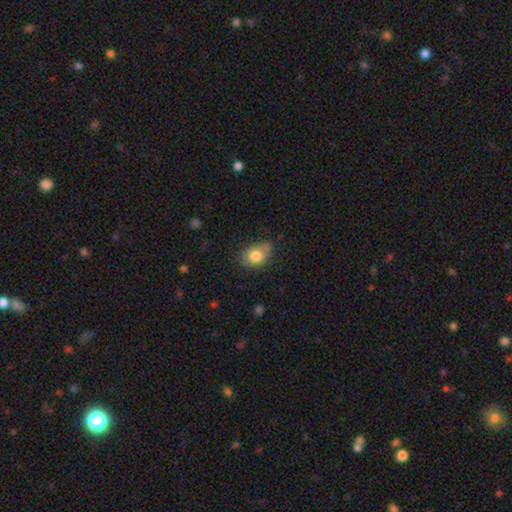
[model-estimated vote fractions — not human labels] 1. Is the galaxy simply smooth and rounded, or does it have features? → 80% smooth, 11% featured or disk, 9% star or artifact.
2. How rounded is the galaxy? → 58% in between, 40% round, 1% cigar-shaped.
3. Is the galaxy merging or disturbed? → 57% none, 30% minor disturbance, 7% major disturbance, 5% merger.